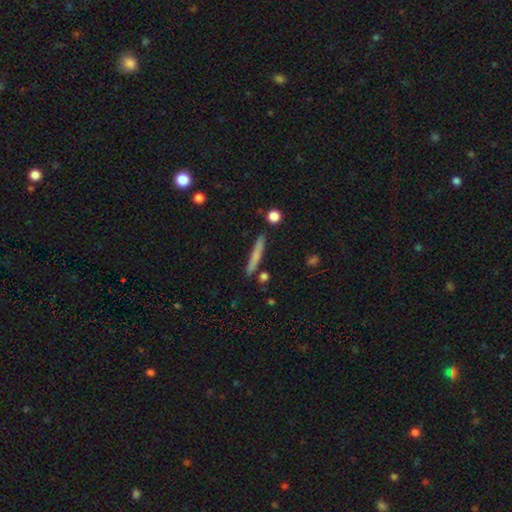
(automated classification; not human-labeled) This appears to be a smooth galaxy with no disk features (66%) that is cigar-shaped (95%). Merging: none (85%).